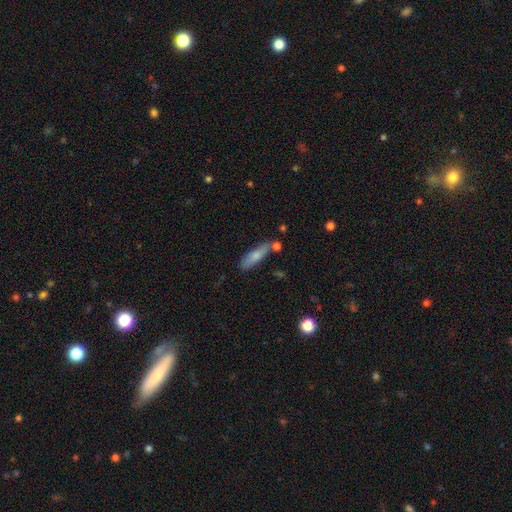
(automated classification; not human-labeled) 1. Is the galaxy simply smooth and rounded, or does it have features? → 71% smooth, 23% featured or disk, 6% star or artifact.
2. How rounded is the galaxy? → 69% cigar-shaped, 29% in between, 2% round.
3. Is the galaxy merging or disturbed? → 69% none, 17% minor disturbance, 10% merger, 4% major disturbance.